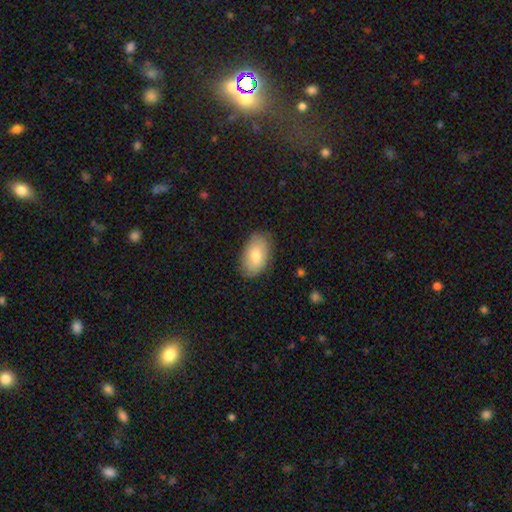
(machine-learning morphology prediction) Smooth or featured? Predicted: smooth (p=0.77). How rounded? Predicted: in between (p=0.93). Merging? Predicted: none (p=0.84).